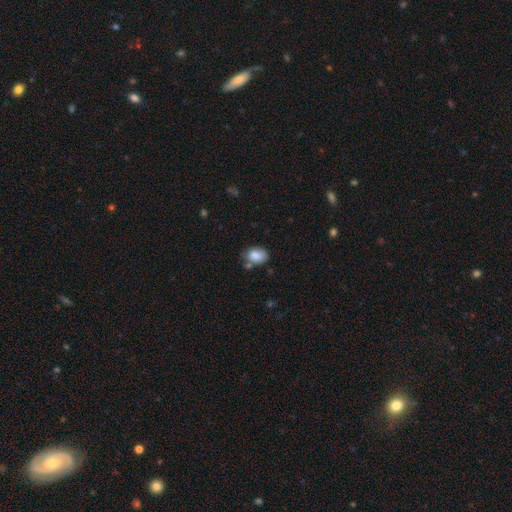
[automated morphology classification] The model was most divided on "merging": none: 60%, minor disturbance: 24%, merger: 10%, major disturbance: 6%. More confident: smooth or featured — smooth (85%); how rounded — in between (78%).